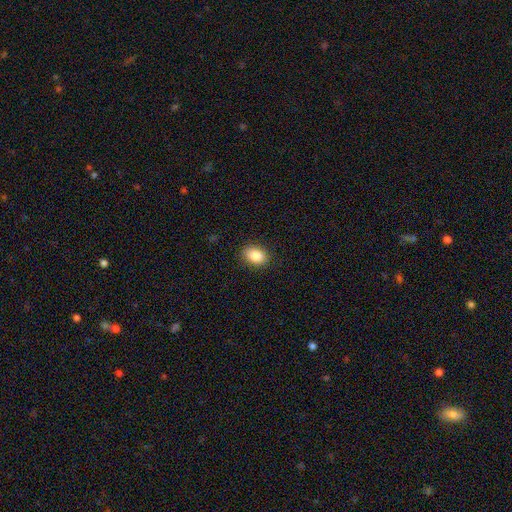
This appears to be a smooth galaxy with no disk features (92%) that is in between round and cigar-shaped (76%). Merging: none (91%).